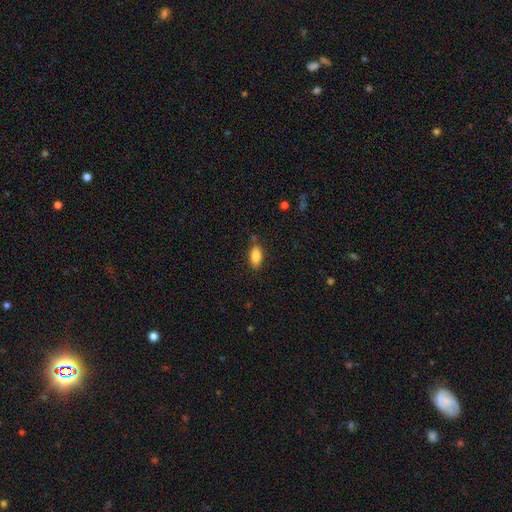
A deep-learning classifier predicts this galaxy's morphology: type=smooth (85%); roundness=in between (90%); merging=none (81%).